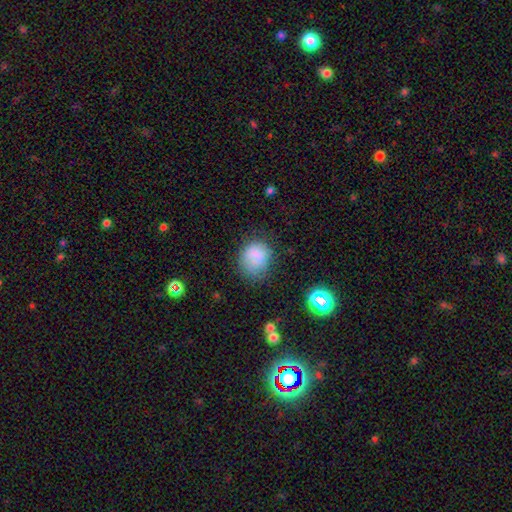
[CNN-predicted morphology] This appears to be a smooth galaxy with no disk features (78%) that is round (68%). Merging: none (57%).